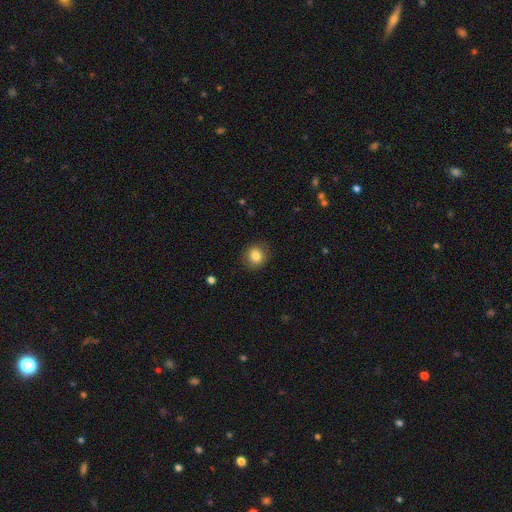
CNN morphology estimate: Overall: smooth (83%). How rounded: round (83%). Merging: none (86%).